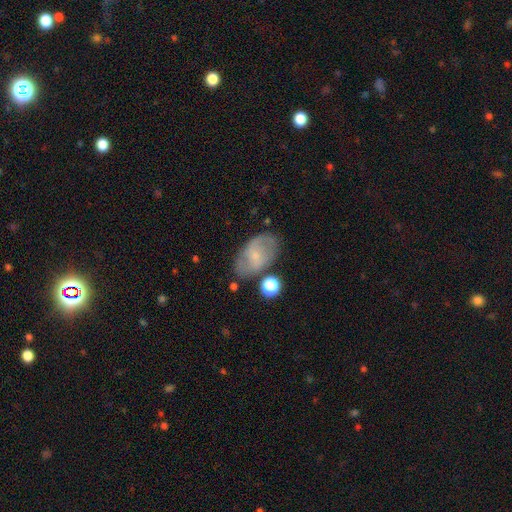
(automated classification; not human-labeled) A featured or disk galaxy (50%). Merging: none (66%).